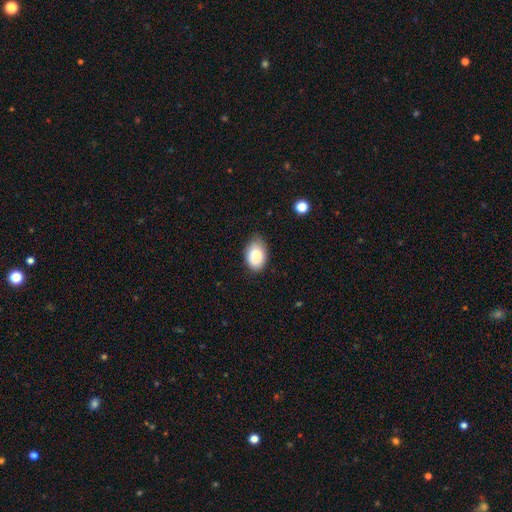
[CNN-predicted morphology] A smooth galaxy with no disk features (84%) that is in between round and cigar-shaped (87%). Merging: none (70%).